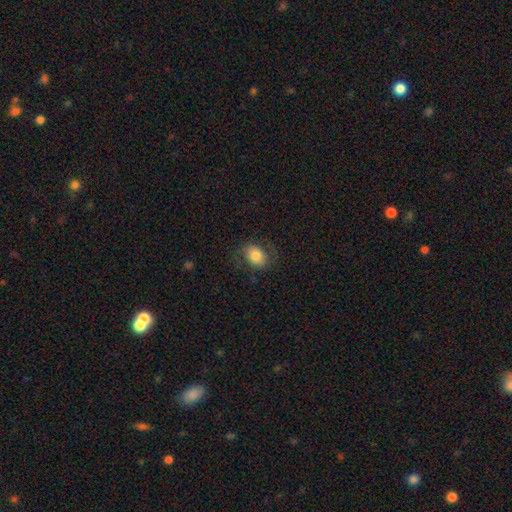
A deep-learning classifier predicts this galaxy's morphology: smooth_or_featured: smooth (p=0.73) [alt: featured or disk p=0.19]
how_rounded: in between (p=0.70) [alt: round p=0.29]
merging: none (p=0.72) [alt: minor disturbance p=0.17]